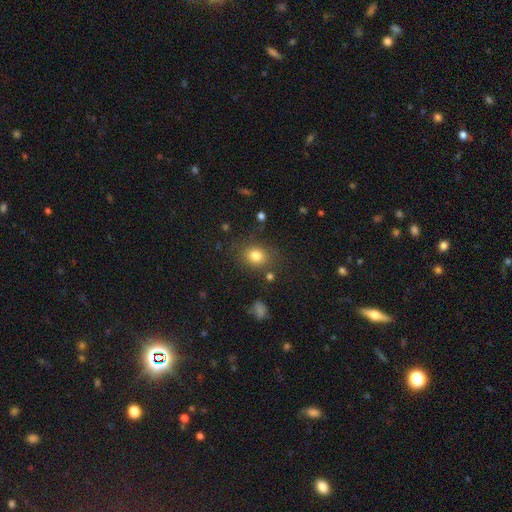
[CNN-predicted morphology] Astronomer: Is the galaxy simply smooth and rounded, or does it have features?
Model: smooth — 80%.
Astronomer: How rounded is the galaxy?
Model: round — 58% (runner-up: in between, 41%).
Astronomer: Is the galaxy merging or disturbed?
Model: none — 79%.